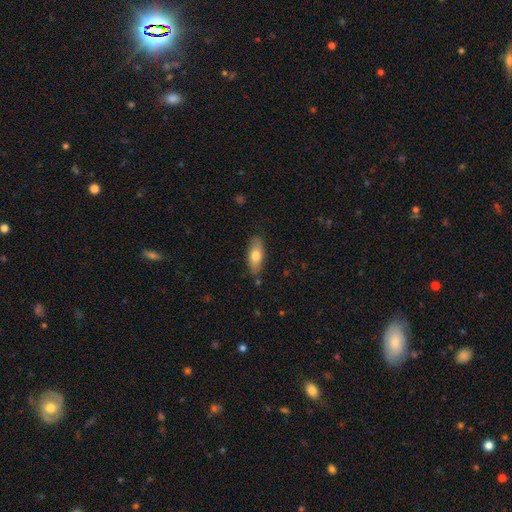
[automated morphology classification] This is likely a smooth galaxy (74%). How rounded: likely in between (76%). Merging: clearly none (81%).